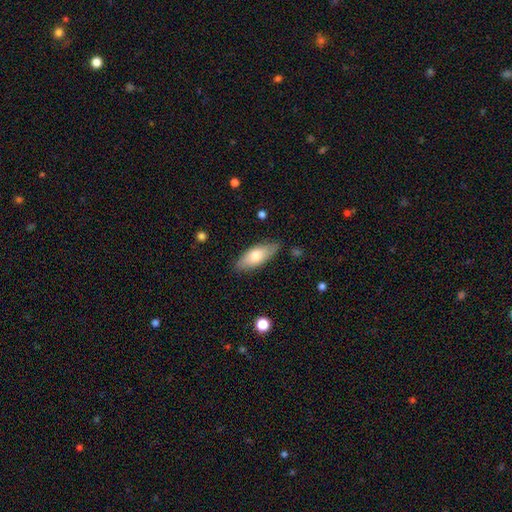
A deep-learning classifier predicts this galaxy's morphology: smooth-or-featured: smooth: 71% | featured or disk: 23% | star or artifact: 6%
  how-rounded: in between: 76% | cigar-shaped: 22% | round: 2%
  merging: none: 82% | minor disturbance: 14% | major disturbance: 3% | merger: 2%